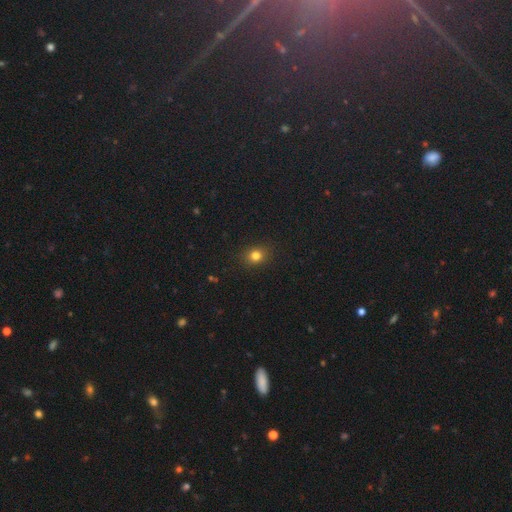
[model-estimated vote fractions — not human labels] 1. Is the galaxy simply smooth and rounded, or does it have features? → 79% smooth, 15% star or artifact, 6% featured or disk.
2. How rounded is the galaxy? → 67% round, 32% in between, 1% cigar-shaped.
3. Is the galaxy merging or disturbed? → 89% none, 8% minor disturbance, 2% major disturbance, 1% merger.